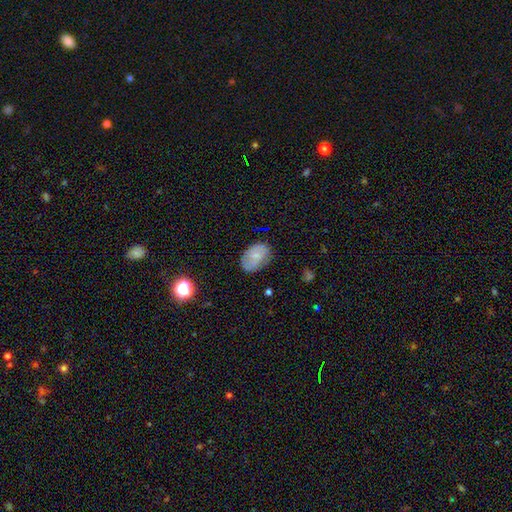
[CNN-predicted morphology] Overall: smooth (65%; featured or disk 27%). How rounded: in between (84%). Merging: none (72%).